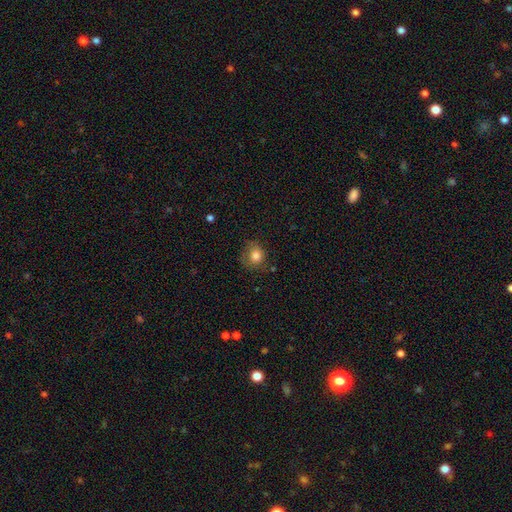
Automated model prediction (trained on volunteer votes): Smooth or featured?
  - smooth: 80% *
  - featured or disk: 10%
  - star or artifact: 10%
How rounded?
  - round: 76% *
  - in between: 23%
  - cigar-shaped: 1%
Merging?
  - none: 62% *
  - minor disturbance: 26%
  - major disturbance: 10%
  - merger: 2%